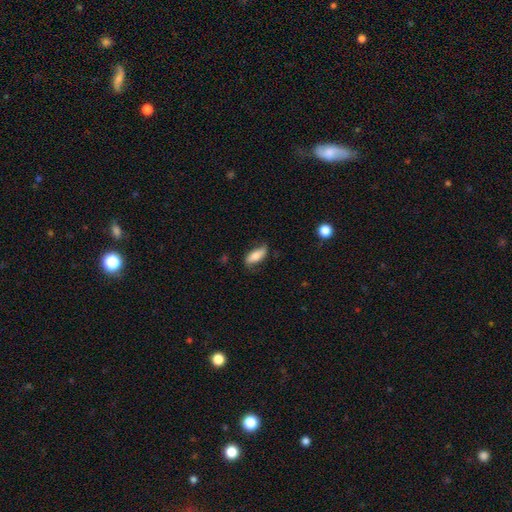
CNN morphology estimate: A smooth galaxy with no disk features (71%) that is in between round and cigar-shaped (71%).

Vote fractions:
- Smooth or featured? smooth: 71% / featured or disk: 23% / star or artifact: 7%
- How rounded? in between: 71% / cigar-shaped: 26% / round: 3%
- Merging? none: 66% / minor disturbance: 26% / major disturbance: 6% / merger: 2%